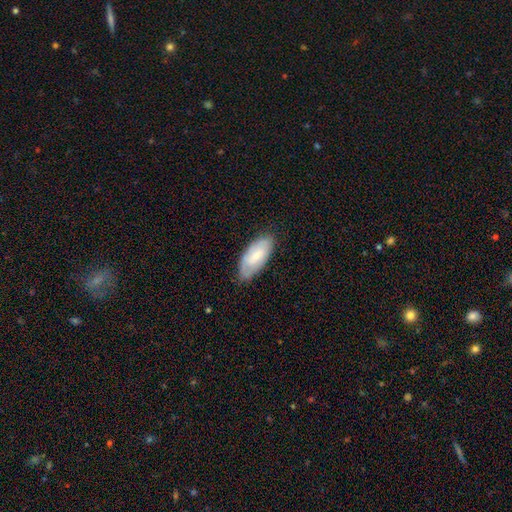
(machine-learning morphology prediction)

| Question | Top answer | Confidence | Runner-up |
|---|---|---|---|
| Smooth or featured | smooth | 64% | featured or disk (31%) |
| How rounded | in between | 88% | cigar-shaped (10%) |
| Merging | none | 77% | minor disturbance (19%) |